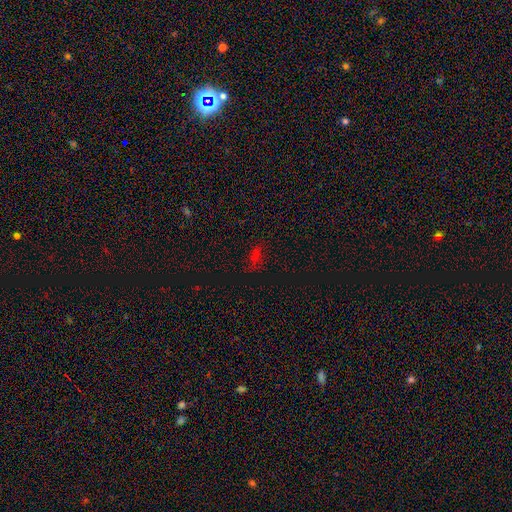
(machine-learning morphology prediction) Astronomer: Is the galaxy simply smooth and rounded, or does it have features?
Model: smooth — 56% (runner-up: star or artifact, 35%).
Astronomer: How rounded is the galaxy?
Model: in between — 83%.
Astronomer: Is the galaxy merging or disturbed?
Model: none — 63%.